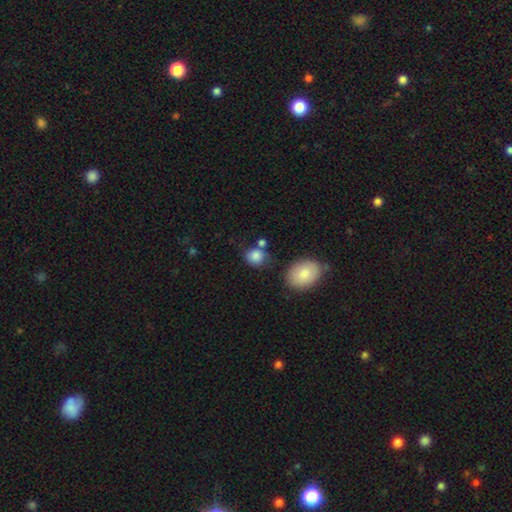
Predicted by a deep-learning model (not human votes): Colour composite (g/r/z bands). It shows a smooth galaxy with no disk features (85%) that is round (78%). Merging: none (69%).